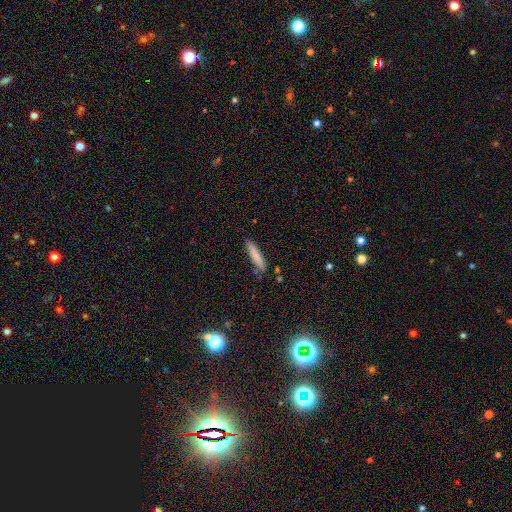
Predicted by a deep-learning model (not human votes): smooth_or_featured: smooth (p=0.81) [alt: featured or disk p=0.12]
how_rounded: cigar-shaped (p=0.86) [alt: in between p=0.12]
merging: none (p=0.82) [alt: minor disturbance p=0.13]